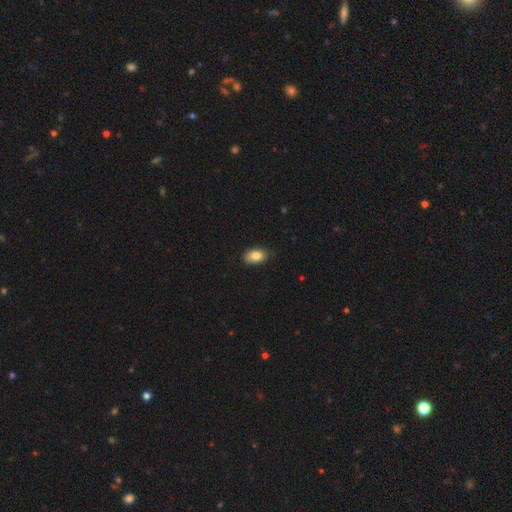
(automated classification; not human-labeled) This is clearly a smooth galaxy (85%). How rounded: clearly in between (89%). Merging: clearly none (80%).